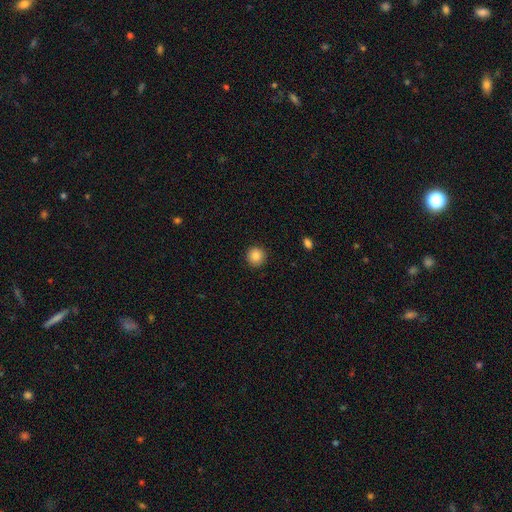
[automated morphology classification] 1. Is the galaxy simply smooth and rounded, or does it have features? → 86% smooth, 10% star or artifact, 4% featured or disk.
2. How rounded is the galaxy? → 94% round, 5% in between, 1% cigar-shaped.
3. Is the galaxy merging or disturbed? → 92% none, 5% minor disturbance, 2% major disturbance, 1% merger.